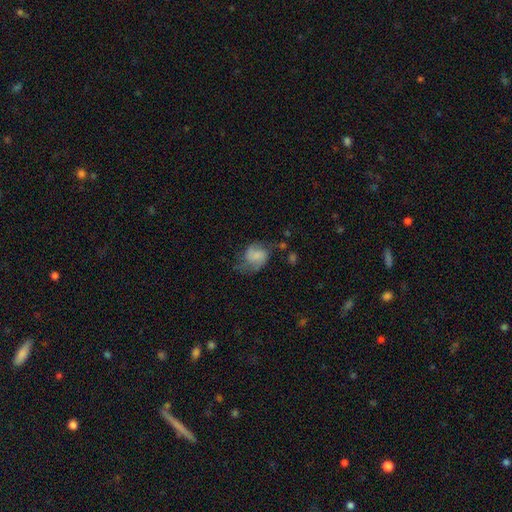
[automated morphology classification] Q: Smooth or featured?
A: smooth (50%); runner-up: featured or disk (41%)
Q: How rounded?
A: in between (52%); runner-up: round (47%)
Q: Merging?
A: none (41%); runner-up: minor disturbance (29%)